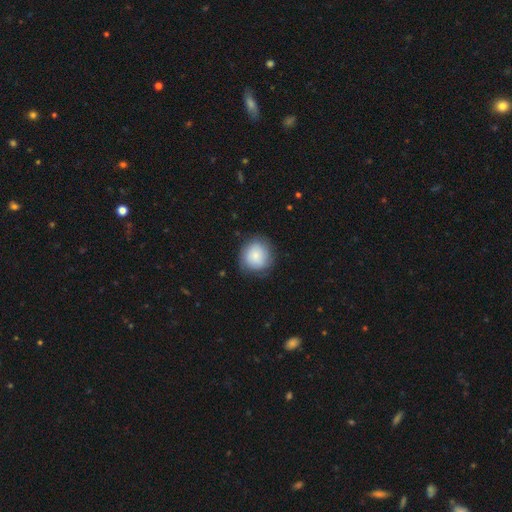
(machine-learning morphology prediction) Q: Smooth or featured?
A: smooth (80%); runner-up: featured or disk (13%)
Q: How rounded?
A: round (89%); runner-up: in between (10%)
Q: Merging?
A: none (81%); runner-up: minor disturbance (14%)